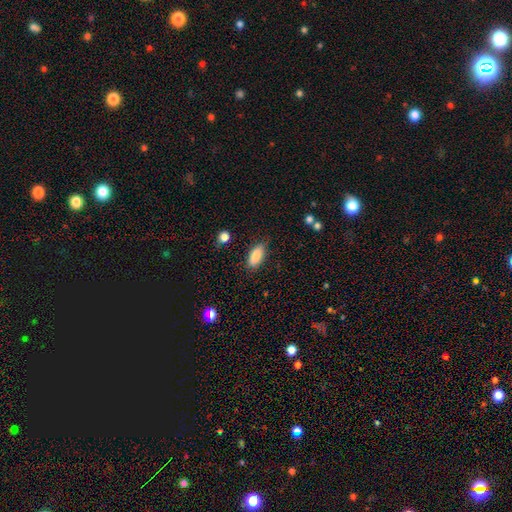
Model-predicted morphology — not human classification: smooth 86%, star or artifact 7%, featured or disk 7%. Down the decision tree: how rounded — in between (82%); merging — none (80%).